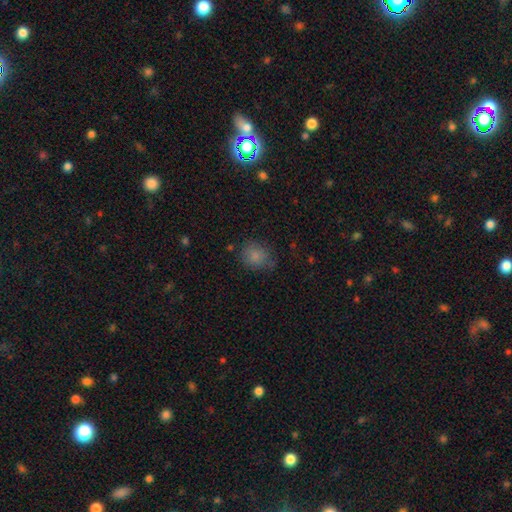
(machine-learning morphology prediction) smooth_or_featured: smooth (p=0.82) [alt: star or artifact p=0.11]
how_rounded: round (p=0.64) [alt: in between p=0.35]
merging: none (p=0.69) [alt: minor disturbance p=0.22]